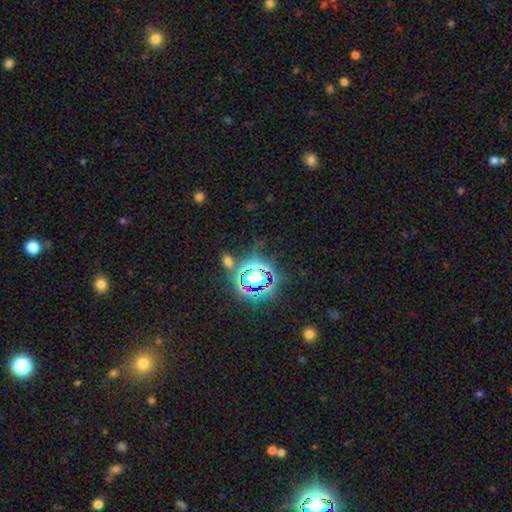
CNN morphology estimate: Q: Smooth or featured?
A: star or artifact (75%); runner-up: smooth (15%)